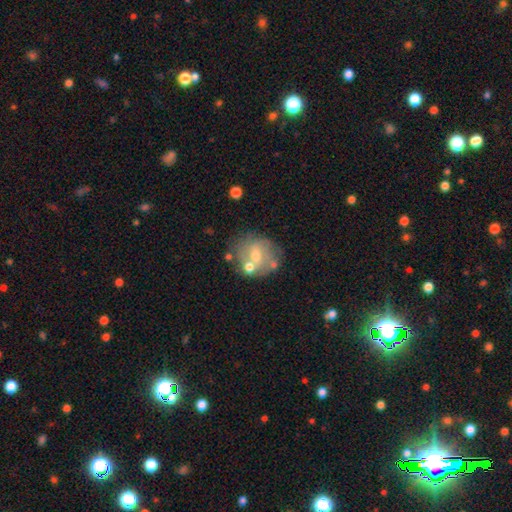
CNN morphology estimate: type=smooth (45%, tied with featured or disk); merging=none (54%).